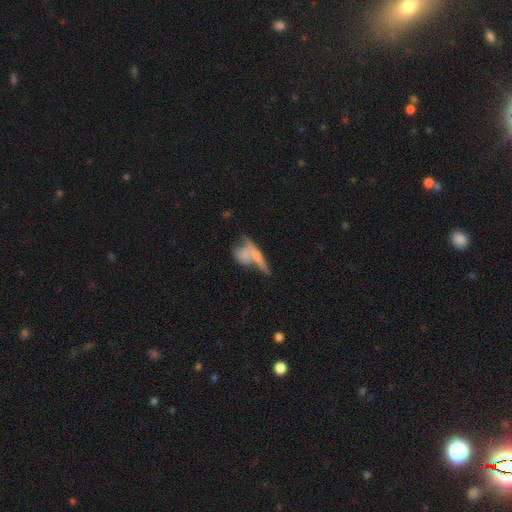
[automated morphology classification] This is possibly a smooth galaxy (52%). How rounded: possibly cigar-shaped (54%). Merging: possibly merger (49%).